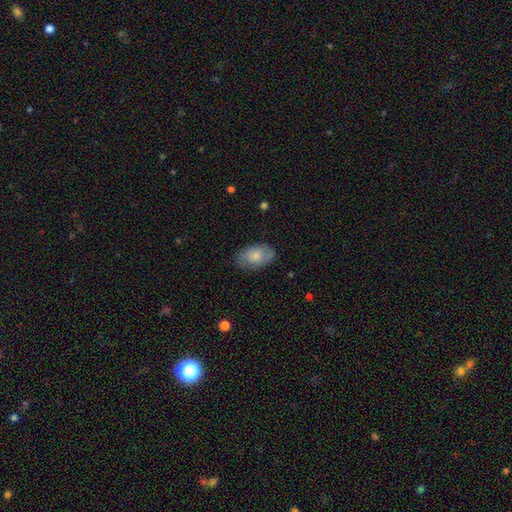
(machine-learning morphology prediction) smooth_or_featured: smooth (p=0.74) [alt: featured or disk p=0.20]
how_rounded: in between (p=0.91) [alt: round p=0.08]
merging: none (p=0.73) [alt: minor disturbance p=0.21]